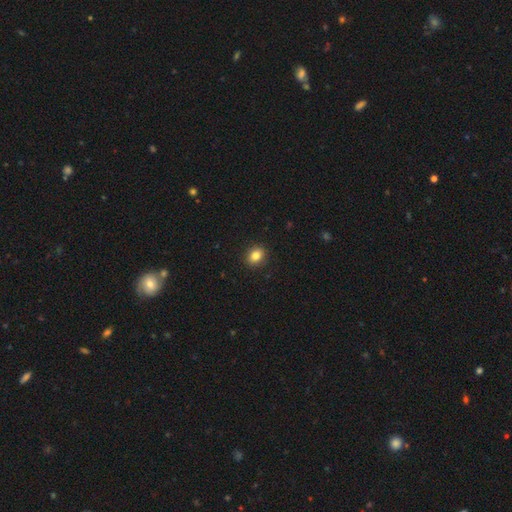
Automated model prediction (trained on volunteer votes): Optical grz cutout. It shows a smooth galaxy with no disk features (83%) that is round (53%). Merging: none (91%).